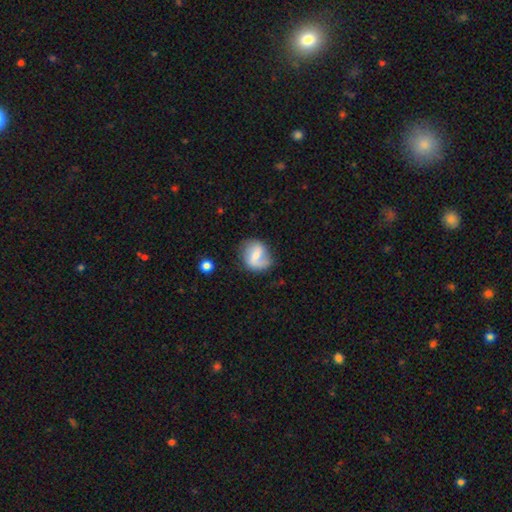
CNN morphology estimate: Smooth or featured? featured or disk (58%)
Edge-on disk? no (97%)
Bar? weak (49%)
Spiral arms? yes (82%)
Bulge size? small (47%)
Merging? none (66%)